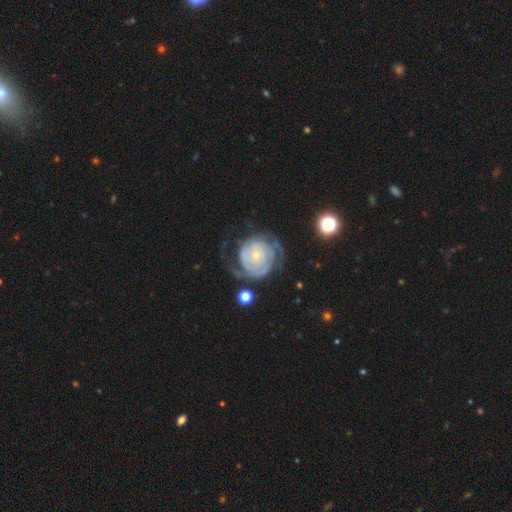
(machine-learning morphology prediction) The model was most divided on "spiral arm count": 2: 40%, can't tell: 30%, 3: 12%, 1: 8%, 4: 6%, more than 4: 5%. More confident: edge-on disk — no (97%); spiral arms — yes (91%); smooth or featured — featured or disk (81%); bar — no (81%); bulge size — small (80%); spiral winding — tight (68%); merging — none (55%).